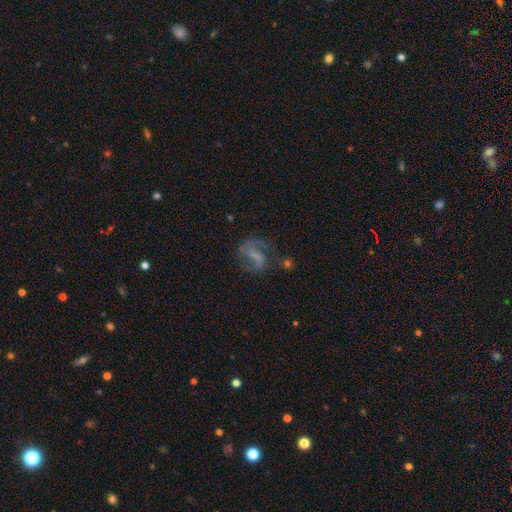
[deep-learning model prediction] Smooth or featured?
  - featured or disk: 73% *
  - smooth: 17%
  - star or artifact: 10%
Edge-on disk?
  - no: 98% *
  - yes: 2%
Bar?
  - weak: 46% *
  - no: 30%
  - strong: 25%
Spiral arms?
  - yes: 90% *
  - no: 10%
Spiral winding?
  - medium: 47% *
  - loose: 39%
  - tight: 13%
Spiral arm count?
  - 2: 84% *
  - 1: 6%
  - can't tell: 6%
  - 3: 2%
  - 4: 1%
  - more than 4: 1%
Bulge size?
  - none: 56% *
  - small: 23%
  - moderate: 15%
  - large: 5%
  - dominant: 1%
Merging?
  - none: 58% *
  - minor disturbance: 19%
  - major disturbance: 19%
  - merger: 4%